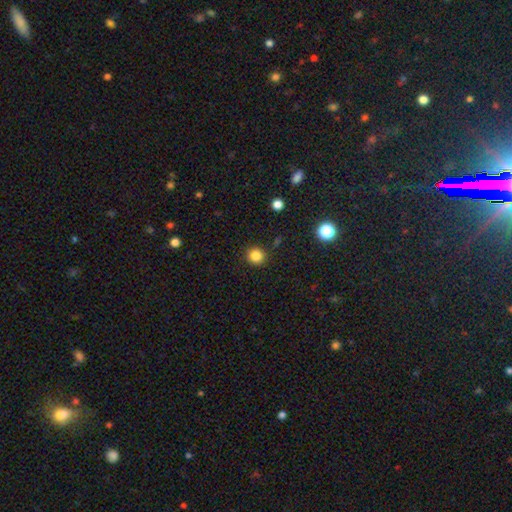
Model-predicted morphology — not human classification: This is clearly a smooth galaxy (83%). How rounded: clearly round (92%). Merging: clearly none (90%).